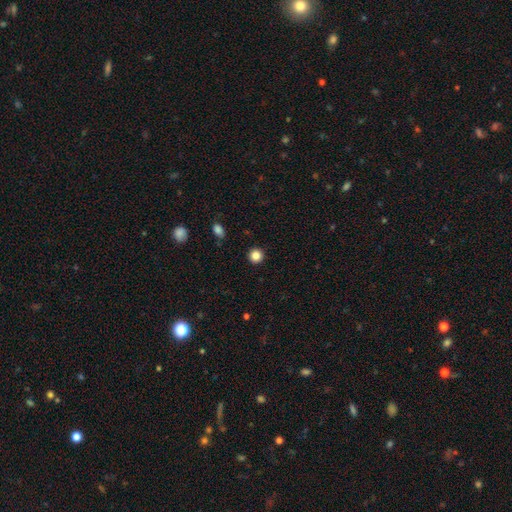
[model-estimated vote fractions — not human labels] smooth-or-featured: smooth: 85% | star or artifact: 11% | featured or disk: 4%
  how-rounded: round: 95% | in between: 4% | cigar-shaped: 1%
  merging: none: 93% | minor disturbance: 5% | major disturbance: 2% | merger: 1%